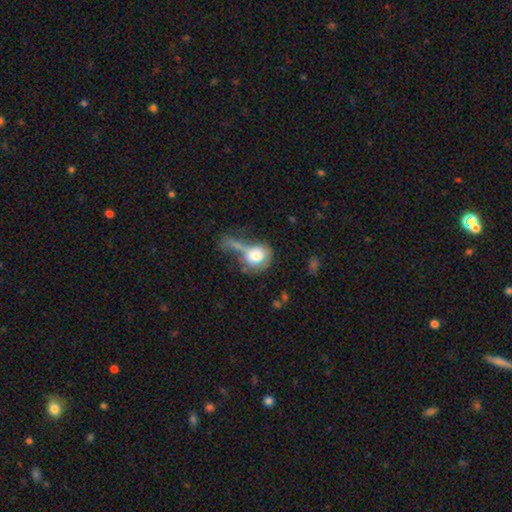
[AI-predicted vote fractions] Smooth or featured? Predicted: smooth (p=0.69). How rounded? Predicted: round (p=0.58). Merging? Predicted: major disturbance (p=0.35).